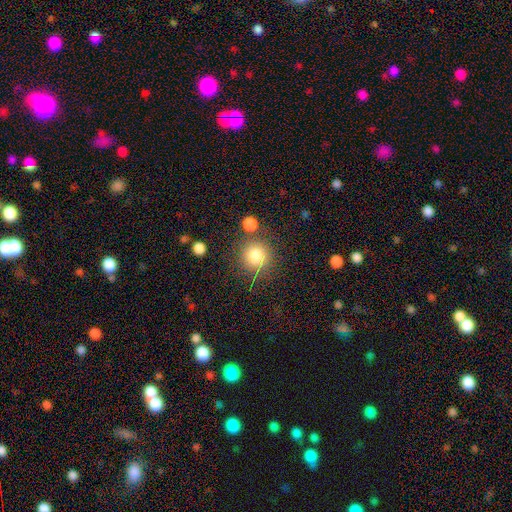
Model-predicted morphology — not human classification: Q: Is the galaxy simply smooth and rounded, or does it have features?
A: smooth — 79%.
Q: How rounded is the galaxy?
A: round — 93%.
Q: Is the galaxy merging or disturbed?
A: none — 74%.